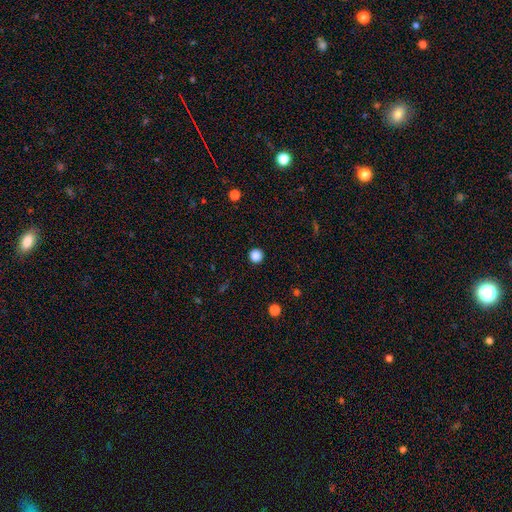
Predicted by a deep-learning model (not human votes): This is clearly a smooth galaxy (86%). How rounded: clearly round (96%). Merging: clearly none (93%).